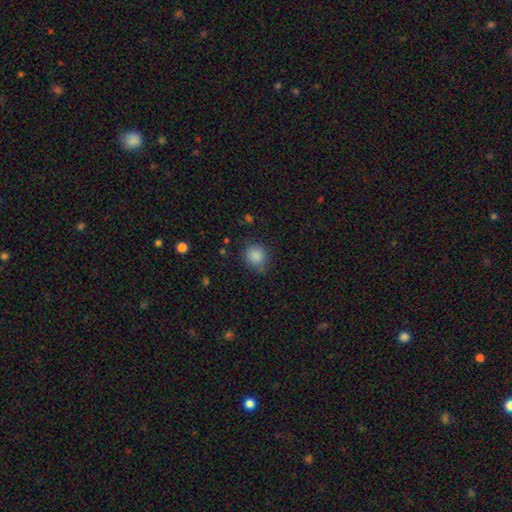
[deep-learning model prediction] This is clearly a smooth galaxy (87%). How rounded: clearly round (86%). Merging: likely none (78%).